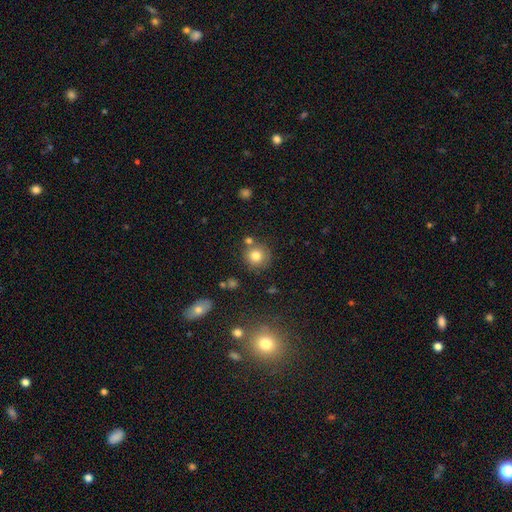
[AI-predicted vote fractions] Morphology: type=smooth (79%); roundness=round (91%); merging=none (74%).